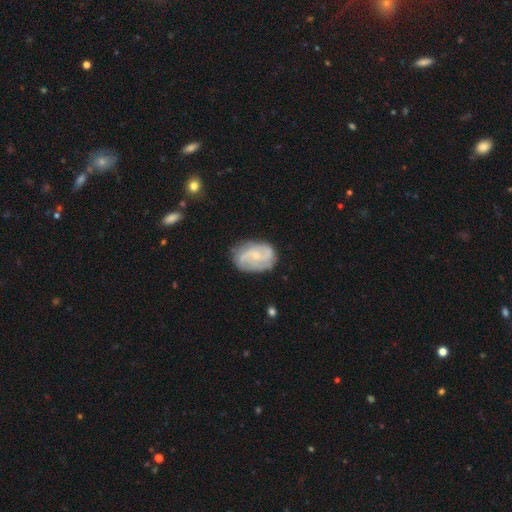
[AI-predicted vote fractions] smooth-or-featured: featured or disk: 77% | smooth: 17% | star or artifact: 6%
  disk-edge-on: no: 98% | yes: 2%
    bar: no: 58% | weak: 36% | strong: 6%
    has-spiral-arms: yes: 94% | no: 6%
      spiral-winding: medium: 46% | tight: 32% | loose: 22%
      spiral-arm-count: 2: 49% | 3: 21% | can't tell: 18% | 4: 5% | 1: 4% | more than 4: 3%
    bulge-size: small: 68% | moderate: 25% | none: 6% | large: 1% | dominant: 1%
  merging: none: 72% | minor disturbance: 20% | major disturbance: 6% | merger: 2%